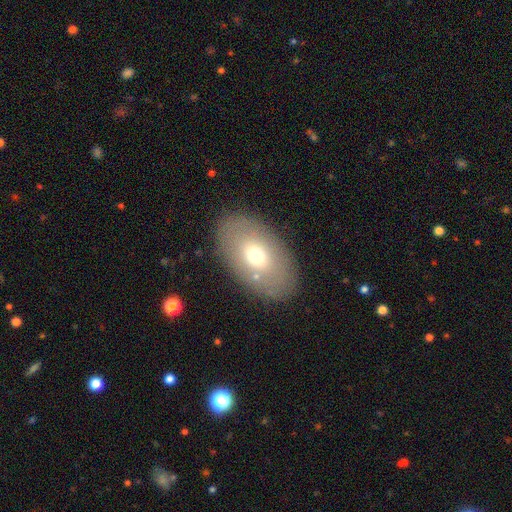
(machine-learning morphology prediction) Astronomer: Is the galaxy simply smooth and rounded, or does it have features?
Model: smooth — 64%.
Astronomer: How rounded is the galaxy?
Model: in between — 90%.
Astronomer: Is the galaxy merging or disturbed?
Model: none — 84%.